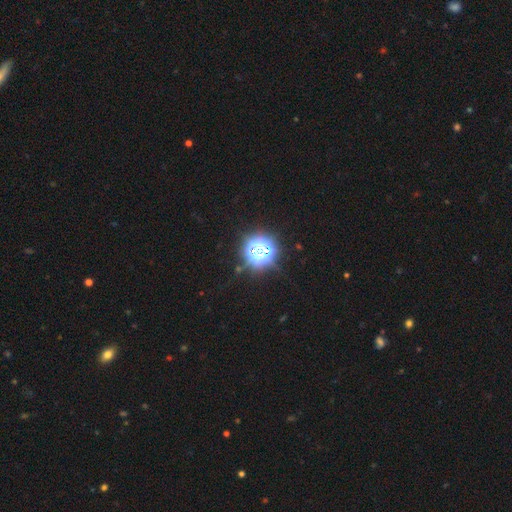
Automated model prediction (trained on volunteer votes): smooth_or_featured: star or artifact (p=0.84) [alt: smooth p=0.12]